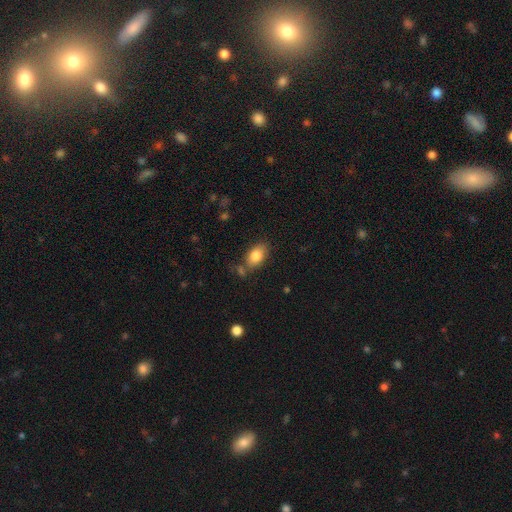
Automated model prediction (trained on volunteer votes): Smooth or featured? Predicted: smooth (p=0.84). How rounded? Predicted: in between (p=0.88). Merging? Predicted: none (p=0.68).